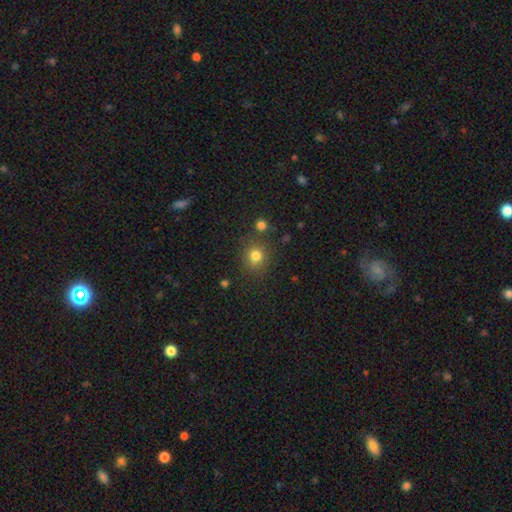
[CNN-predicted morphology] Smooth or featured: smooth — 79% (star or artifact — 15%)
How rounded: round — 86% (in between — 13%)
Merging: none — 80% (minor disturbance — 10%)